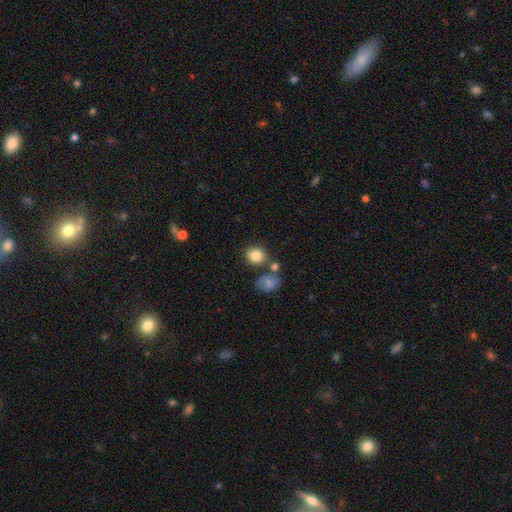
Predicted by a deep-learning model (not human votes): This is clearly a smooth galaxy (84%). How rounded: likely round (71%). Merging: likely none (68%).